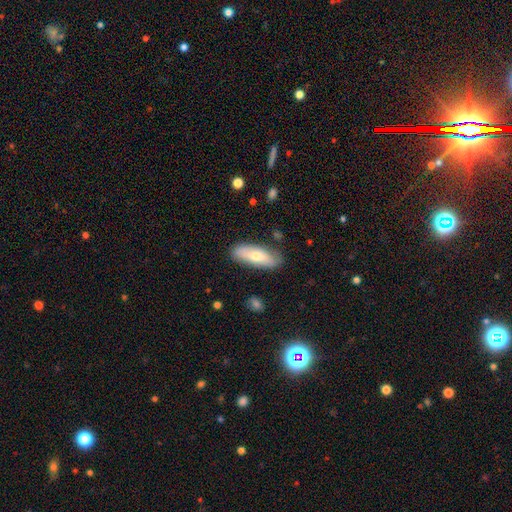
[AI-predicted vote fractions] This appears to be a smooth galaxy with no disk features (65%) that is in between round and cigar-shaped (69%). Merging: none (82%).